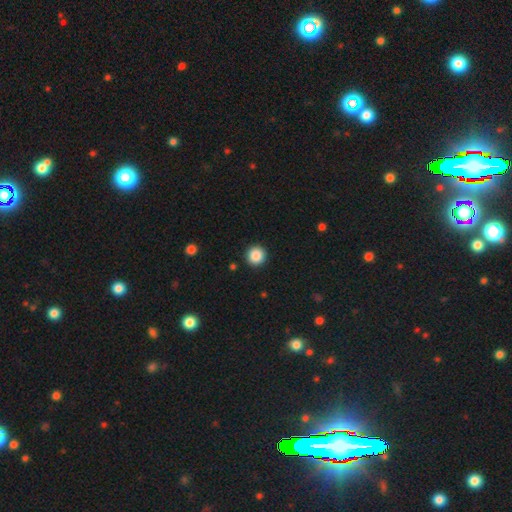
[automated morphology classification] smooth_or_featured: smooth (p=0.87) [alt: star or artifact p=0.09]
how_rounded: round (p=0.95) [alt: in between p=0.04]
merging: none (p=0.92) [alt: minor disturbance p=0.05]